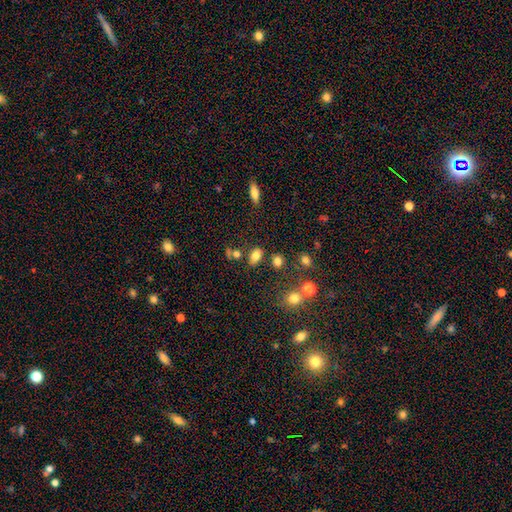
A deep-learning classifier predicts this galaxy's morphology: type=smooth (79%); roundness=in between (82%); merging=none (72%).